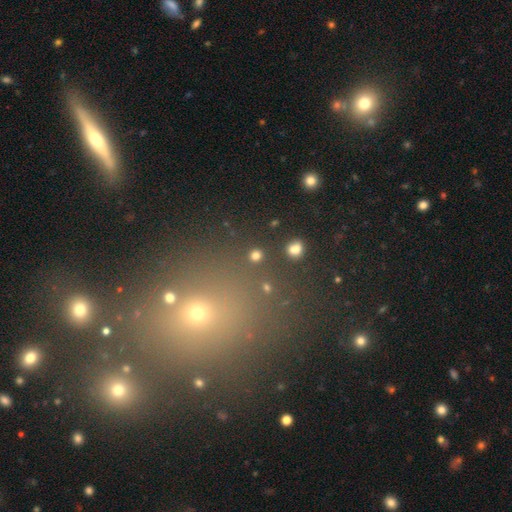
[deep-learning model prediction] Smooth or featured: smooth — 79% (star or artifact — 16%)
How rounded: round — 88% (in between — 11%)
Merging: none — 87% (minor disturbance — 6%)